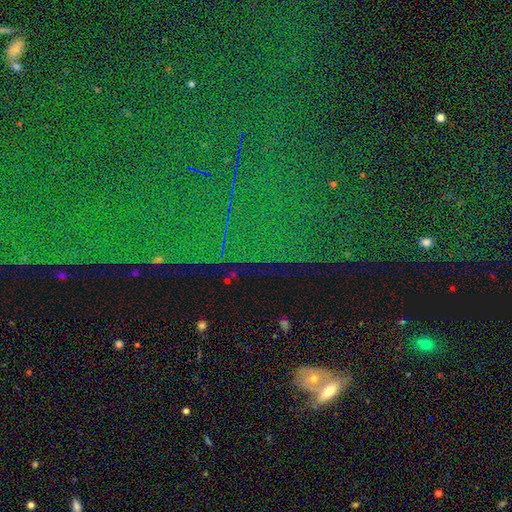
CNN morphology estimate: Smooth or featured: star or artifact — 78% (smooth — 11%)